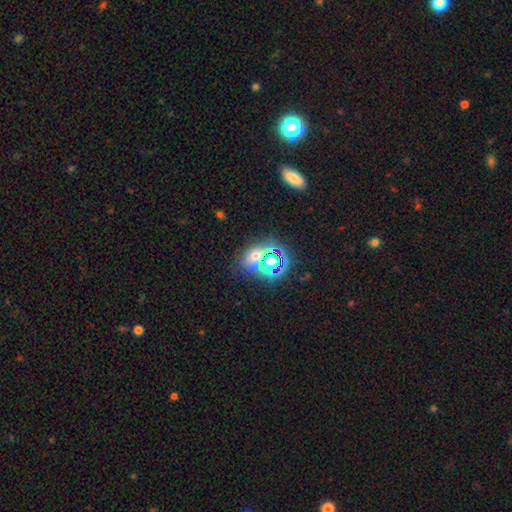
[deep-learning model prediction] This appears to be a smooth galaxy with no disk features (46%). Merging: none (54%).